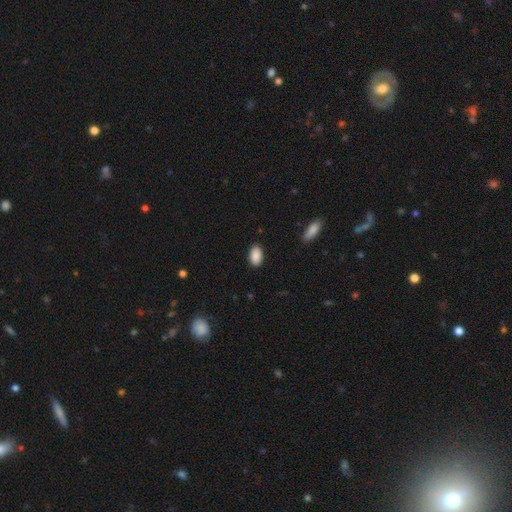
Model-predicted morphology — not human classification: type=smooth (89%); roundness=in between (93%); merging=none (87%).